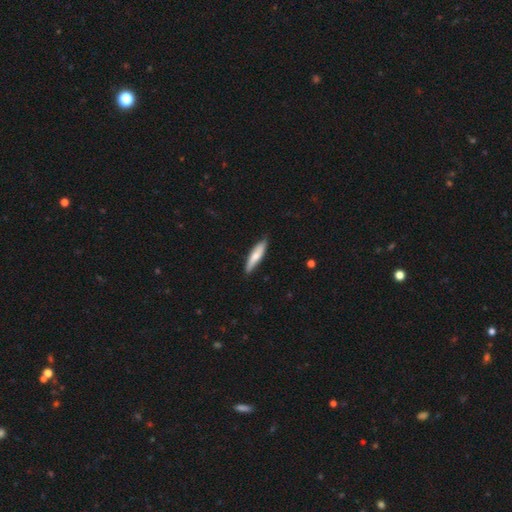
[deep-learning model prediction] smooth 68%, featured or disk 27%, star or artifact 5%. Down the decision tree: how rounded — cigar-shaped (79%); merging — none (81%).